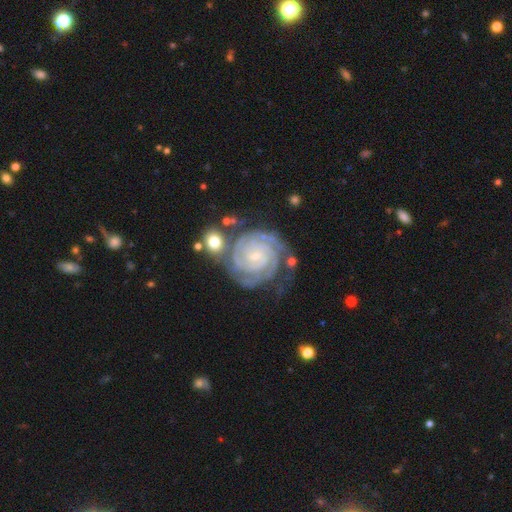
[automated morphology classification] A featured or disk galaxy (91%) with no bar (61%), 3 (26%) tight (84%) spiral arms (98%) and a small central bulge (79%). Merging: none (65%).